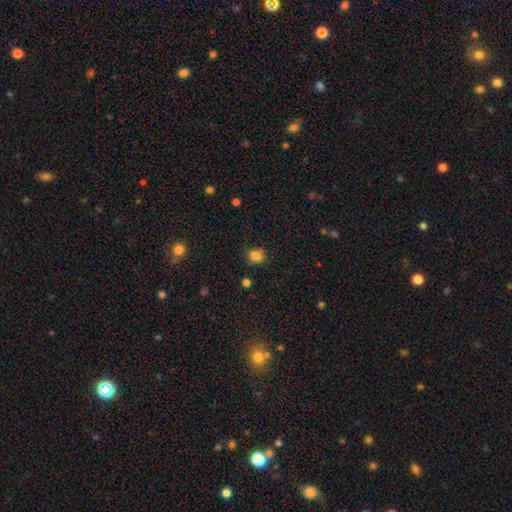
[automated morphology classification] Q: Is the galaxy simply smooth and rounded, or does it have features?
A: smooth — 83%.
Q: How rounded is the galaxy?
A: round — 77%.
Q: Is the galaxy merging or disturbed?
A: none — 78%.